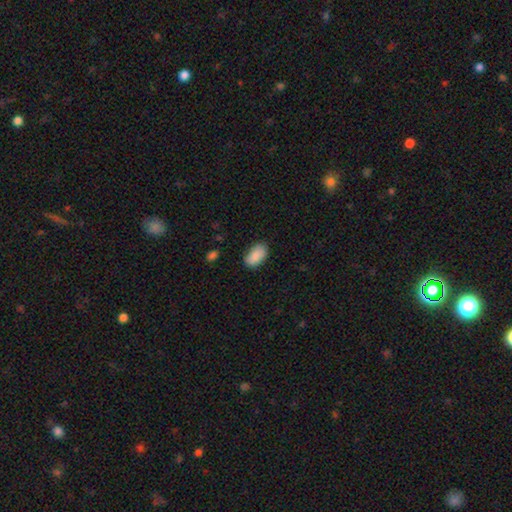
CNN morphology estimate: A smooth galaxy with no disk features (88%) that is in between round and cigar-shaped (93%). Merging: none (79%).